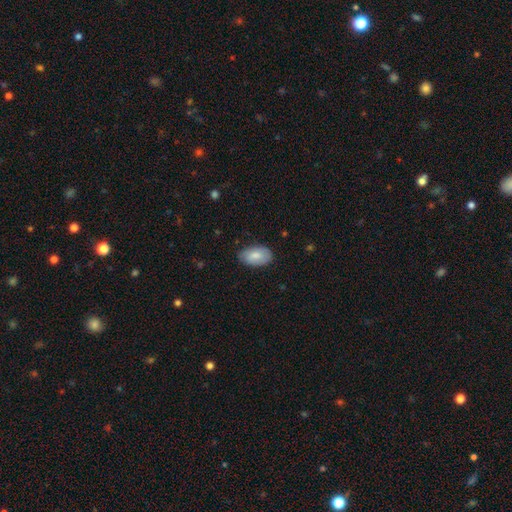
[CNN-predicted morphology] A smooth galaxy with no disk features (77%) that is in between round and cigar-shaped (94%).

Vote fractions:
- Smooth or featured? smooth: 77% / featured or disk: 17% / star or artifact: 6%
- How rounded? in between: 94% / round: 5% / cigar-shaped: 2%
- Merging? none: 76% / minor disturbance: 20% / major disturbance: 3% / merger: 1%